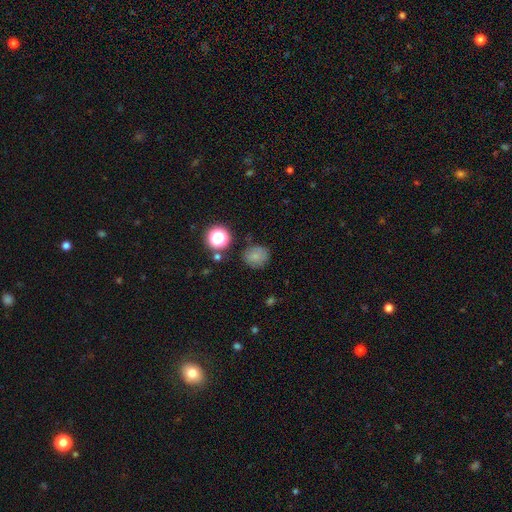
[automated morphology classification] smooth 76%, star or artifact 16%, featured or disk 8%. Down the decision tree: how rounded — round (83%); merging — none (74%).